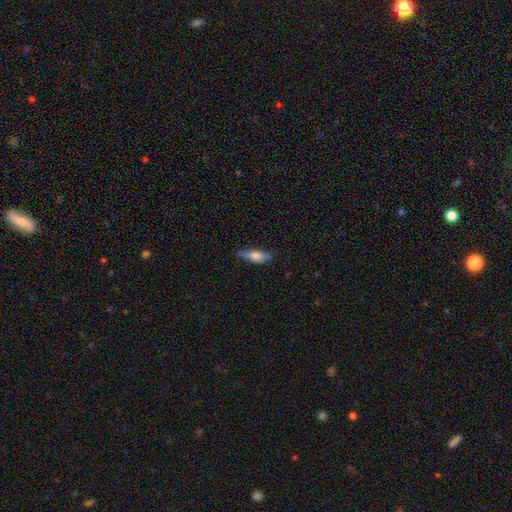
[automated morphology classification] Smooth or featured? smooth (68%)
How rounded? cigar-shaped (54%)
Merging? none (73%)